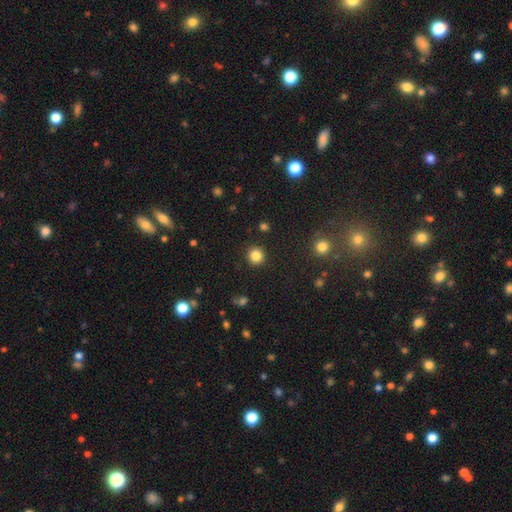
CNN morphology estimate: This appears to be a smooth galaxy with no disk features (84%) that is round (93%). Merging: none (92%).